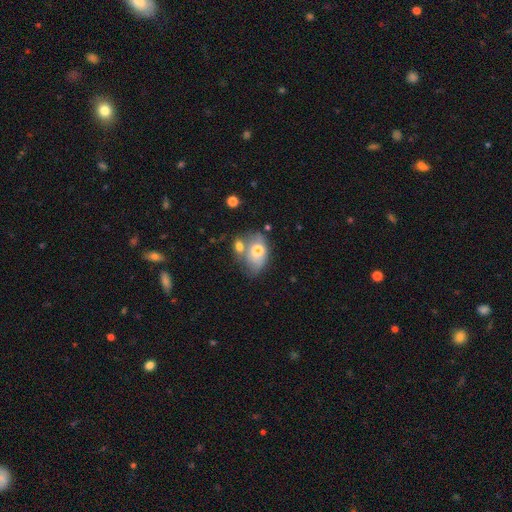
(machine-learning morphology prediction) Overall: smooth (56%; featured or disk 29%). How rounded: in between (68%; round 30%). Merging: none (38%; merger 36%).